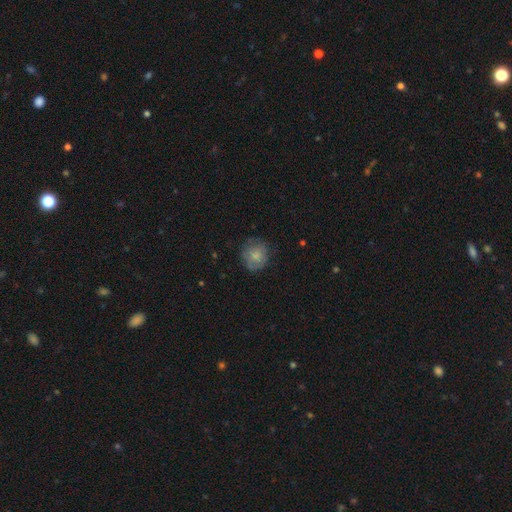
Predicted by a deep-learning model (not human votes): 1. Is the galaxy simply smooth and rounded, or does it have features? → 73% smooth, 19% featured or disk, 8% star or artifact.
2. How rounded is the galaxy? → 85% round, 14% in between, 1% cigar-shaped.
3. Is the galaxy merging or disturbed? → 72% none, 19% minor disturbance, 7% major disturbance, 1% merger.